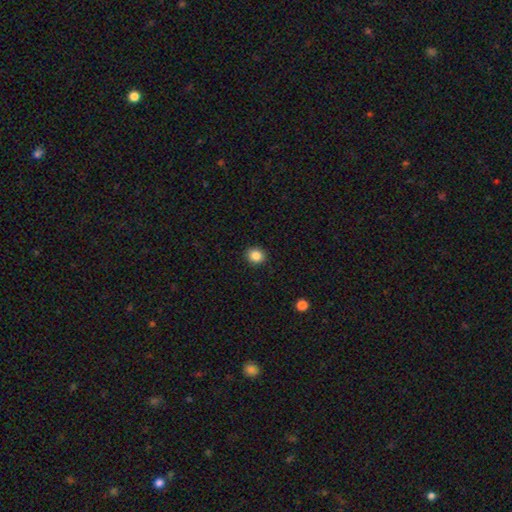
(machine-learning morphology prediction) type=smooth (86%); roundness=round (77%); merging=none (91%).